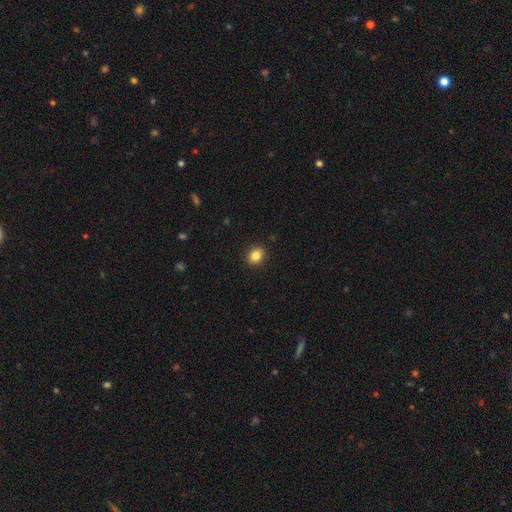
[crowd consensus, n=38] Smooth or featured? smooth (89%)
How rounded? round (50%, tied with in between)
Merging? none (92%)